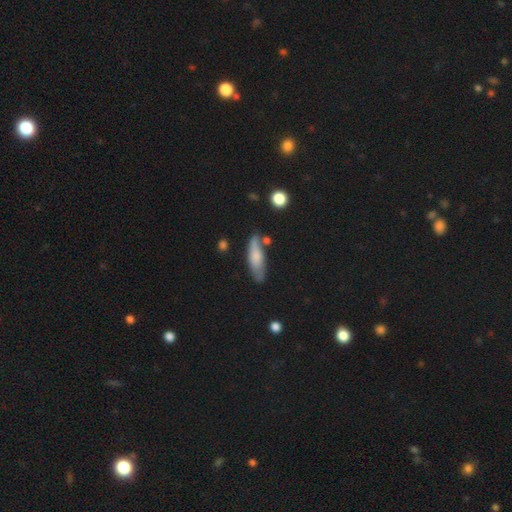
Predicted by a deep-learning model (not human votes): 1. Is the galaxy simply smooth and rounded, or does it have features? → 69% smooth, 25% featured or disk, 6% star or artifact.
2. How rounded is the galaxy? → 52% cigar-shaped, 46% in between, 2% round.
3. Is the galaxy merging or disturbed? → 66% none, 21% minor disturbance, 8% merger, 5% major disturbance.